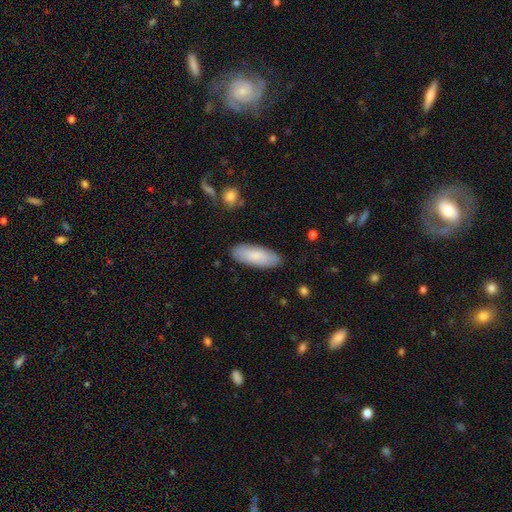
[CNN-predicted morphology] The model was most divided on "how rounded": in between: 74%, cigar-shaped: 24%, round: 2%. More confident: merging — none (87%); smooth or featured — smooth (83%).